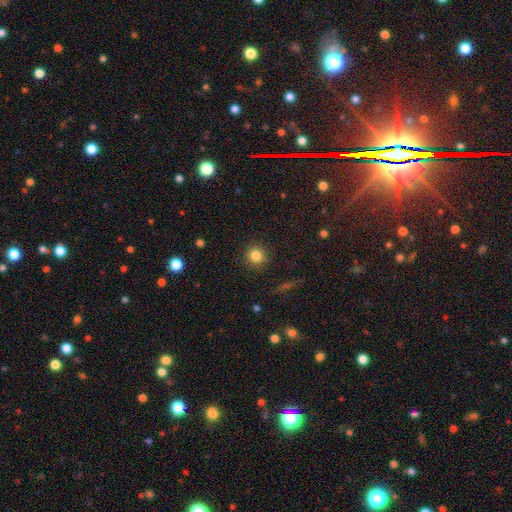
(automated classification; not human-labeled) A smooth galaxy with no disk features (83%) that is round (94%). Merging: none (90%).